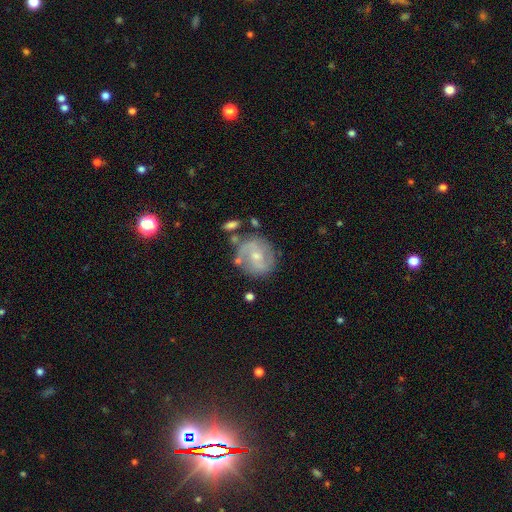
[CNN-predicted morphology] featured or disk 71%, smooth 23%, star or artifact 7%. Down the decision tree: edge-on disk — no (97%); bar — no (48%); spiral arms — yes (85%); spiral arm count — 2 (74%); spiral winding — medium (45%); bulge size — small (56%); merging — none (69%).